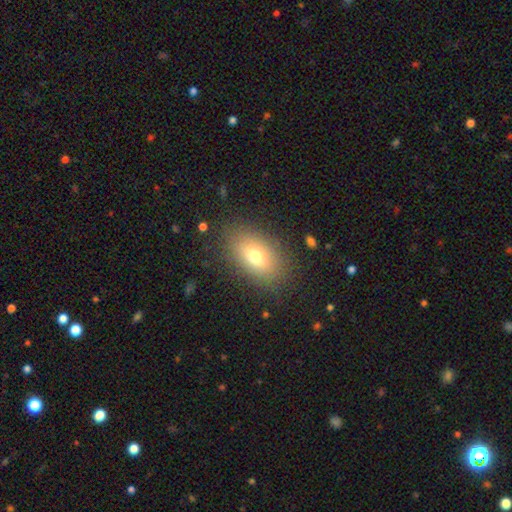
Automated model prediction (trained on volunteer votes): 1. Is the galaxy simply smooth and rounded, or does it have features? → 72% smooth, 18% featured or disk, 11% star or artifact.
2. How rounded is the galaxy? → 87% in between, 11% round, 2% cigar-shaped.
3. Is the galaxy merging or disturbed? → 83% none, 10% minor disturbance, 5% major disturbance, 1% merger.